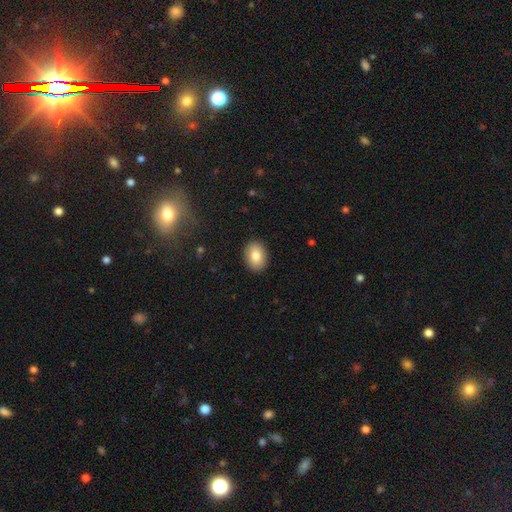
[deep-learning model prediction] A smooth galaxy with no disk features (82%) that is in between round and cigar-shaped (78%).

Vote fractions:
- Smooth or featured? smooth: 82% / featured or disk: 10% / star or artifact: 8%
- How rounded? in between: 78% / round: 21% / cigar-shaped: 1%
- Merging? none: 90% / minor disturbance: 7% / major disturbance: 2% / merger: 1%